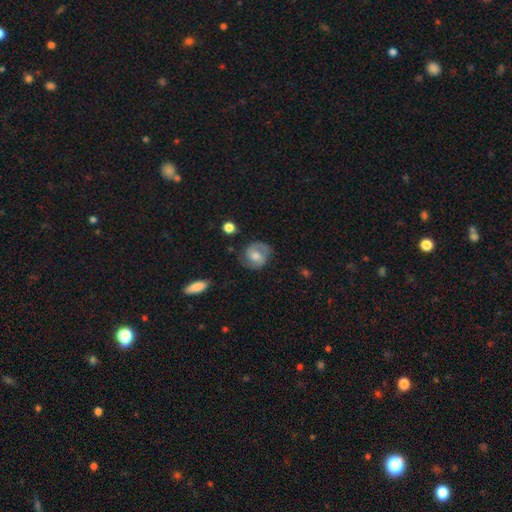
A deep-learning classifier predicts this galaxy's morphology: Overall: featured or disk (57%; smooth 36%). Edge-on disk: no (97%). Bar: no (49%; weak 41%). Spiral arms: yes (85%). Bulge size: moderate (57%; small 19%). Merging: none (73%).